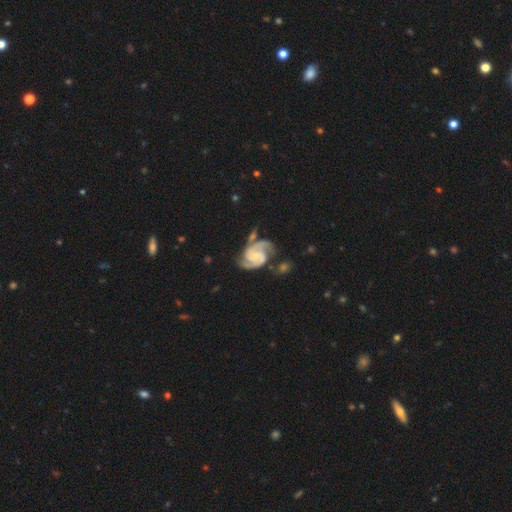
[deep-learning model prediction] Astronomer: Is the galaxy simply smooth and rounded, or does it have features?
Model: featured or disk — 92%.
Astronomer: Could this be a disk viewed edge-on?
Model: no — 98%.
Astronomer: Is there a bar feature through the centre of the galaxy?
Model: no — 49% (runner-up: weak, 38%).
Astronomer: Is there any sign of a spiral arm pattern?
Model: yes — 98%.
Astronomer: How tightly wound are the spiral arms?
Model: medium — 50% (runner-up: tight, 41%).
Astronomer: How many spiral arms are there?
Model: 2 — 87%.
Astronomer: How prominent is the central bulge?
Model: small — 56%.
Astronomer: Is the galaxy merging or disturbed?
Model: none — 61%.